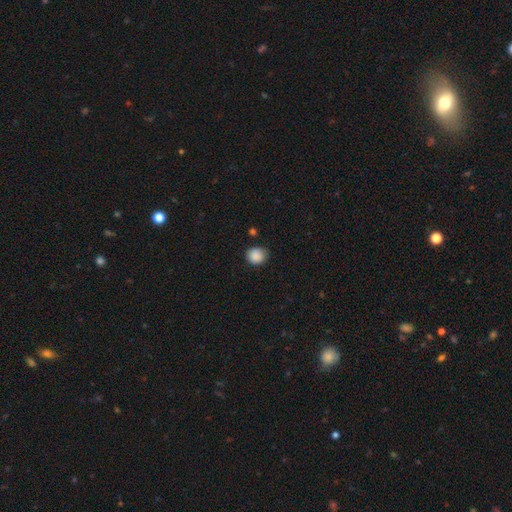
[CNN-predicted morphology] Smooth or featured? smooth (88%)
How rounded? round (85%)
Merging? none (80%)